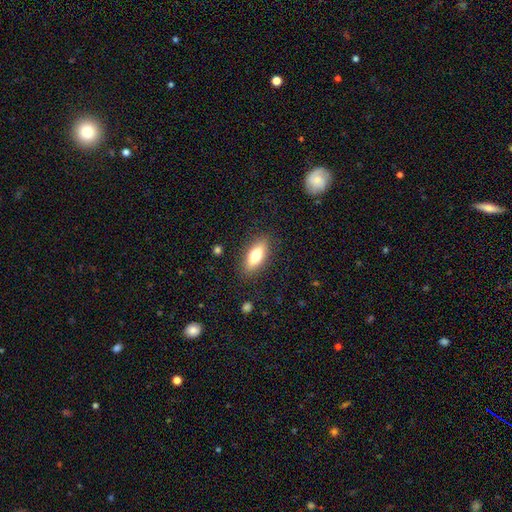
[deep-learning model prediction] smooth-or-featured: smooth: 72% | featured or disk: 21% | star or artifact: 7%
  how-rounded: in between: 72% | cigar-shaped: 25% | round: 3%
  merging: none: 86% | minor disturbance: 10% | major disturbance: 3% | merger: 1%